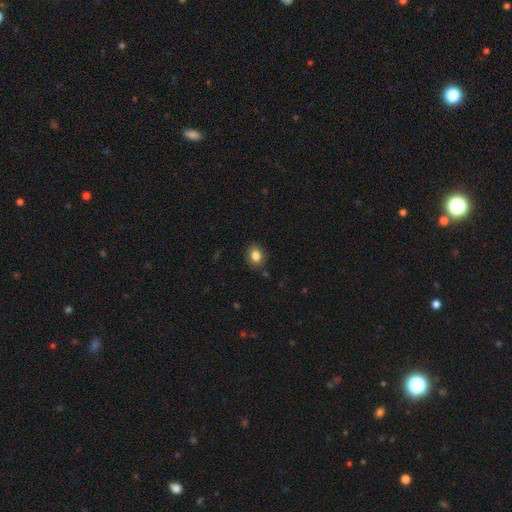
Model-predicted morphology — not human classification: smooth-or-featured: smooth: 84% | star or artifact: 10% | featured or disk: 6%
  how-rounded: in between: 50% | round: 49% | cigar-shaped: 1%
  merging: none: 86% | minor disturbance: 10% | major disturbance: 2% | merger: 1%